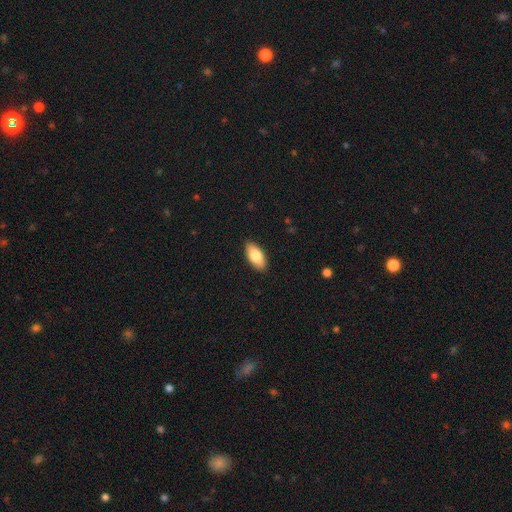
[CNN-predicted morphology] Smooth or featured? smooth (80%)
How rounded? in between (90%)
Merging? none (89%)